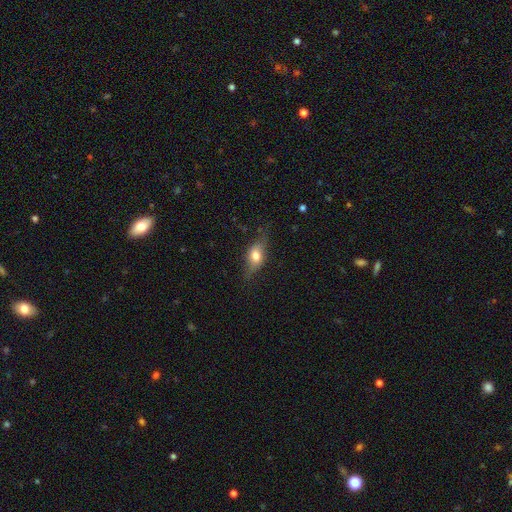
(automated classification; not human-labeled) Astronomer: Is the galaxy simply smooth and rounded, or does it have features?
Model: smooth — 59%.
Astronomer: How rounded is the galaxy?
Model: in between — 74%.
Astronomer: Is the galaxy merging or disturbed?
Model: none — 69%.